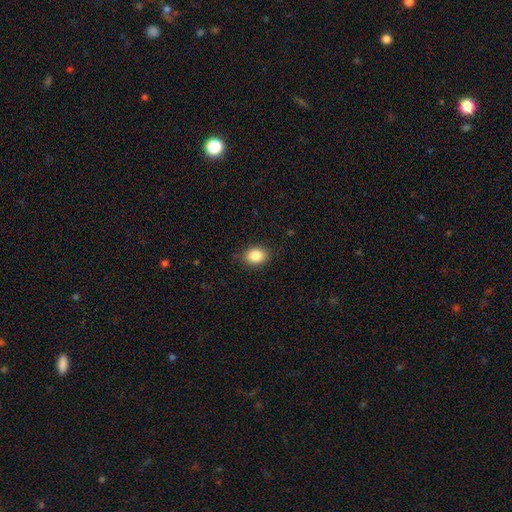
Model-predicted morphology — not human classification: This is clearly a smooth galaxy (86%). How rounded: likely in between (61%). Merging: clearly none (84%).